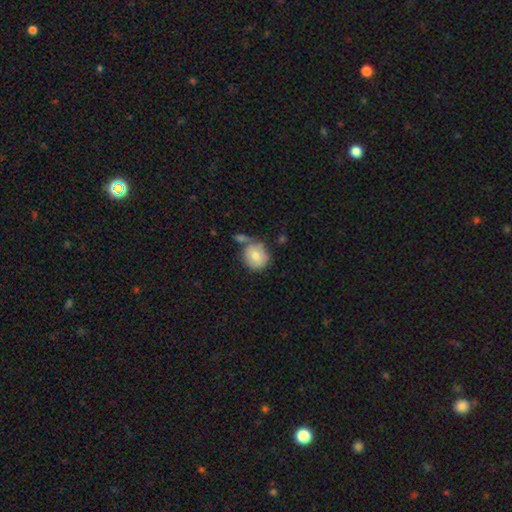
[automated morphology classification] A smooth galaxy with no disk features (77%) that is round (80%). Merging: none (52%).